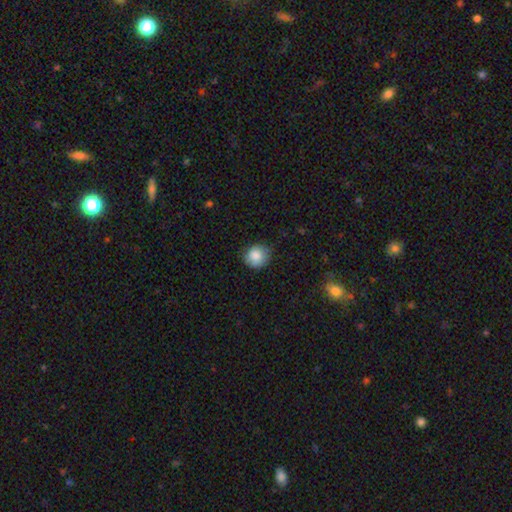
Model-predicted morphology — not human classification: Q: Smooth or featured?
A: smooth (84%); runner-up: featured or disk (8%)
Q: How rounded?
A: round (83%); runner-up: in between (16%)
Q: Merging?
A: none (74%); runner-up: minor disturbance (21%)